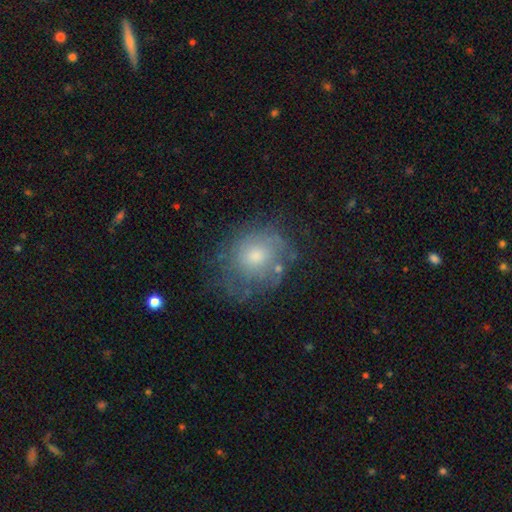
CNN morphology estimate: Smooth or featured? Predicted: smooth (p=0.52). How rounded? Predicted: round (p=0.68). Merging? Predicted: none (p=0.55).